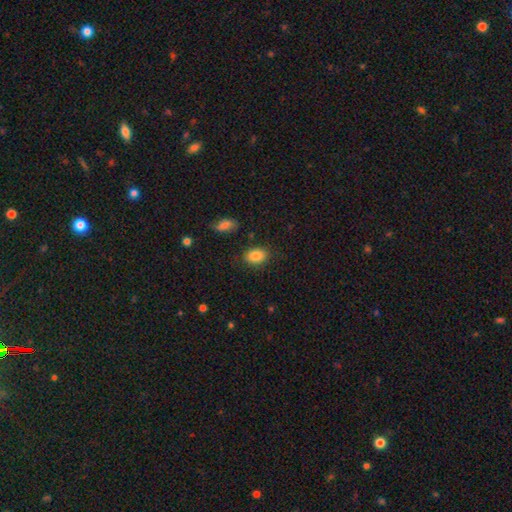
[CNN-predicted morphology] type=smooth (86%); roundness=in between (82%); merging=none (82%).